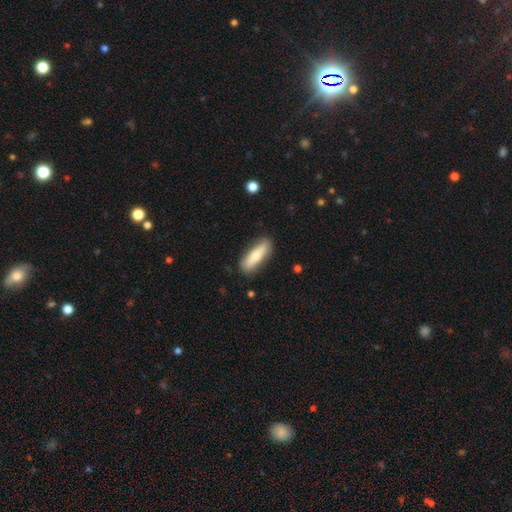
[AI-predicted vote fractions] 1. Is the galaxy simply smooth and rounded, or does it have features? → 66% smooth, 28% featured or disk, 6% star or artifact.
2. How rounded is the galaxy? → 53% cigar-shaped, 45% in between, 2% round.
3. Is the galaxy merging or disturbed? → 84% none, 12% minor disturbance, 3% major disturbance, 1% merger.